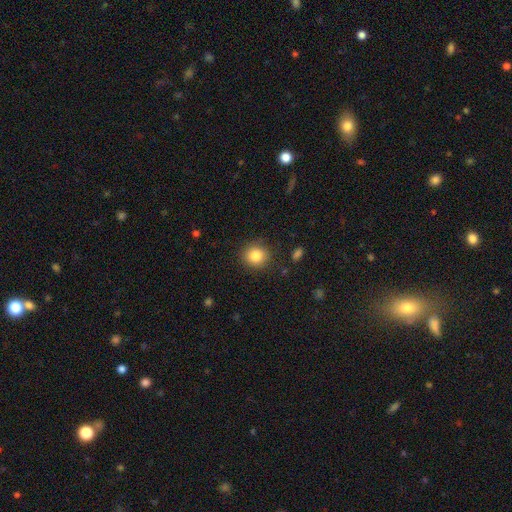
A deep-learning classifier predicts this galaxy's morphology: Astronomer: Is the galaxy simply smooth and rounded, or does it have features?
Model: smooth — 84%.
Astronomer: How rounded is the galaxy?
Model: round — 88%.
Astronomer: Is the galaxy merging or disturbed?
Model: none — 88%.